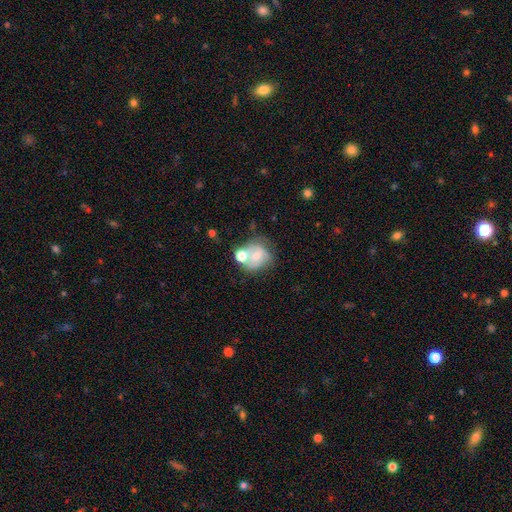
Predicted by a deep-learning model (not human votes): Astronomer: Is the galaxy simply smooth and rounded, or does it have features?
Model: smooth — 55% (runner-up: featured or disk, 36%).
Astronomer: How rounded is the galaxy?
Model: round — 71%.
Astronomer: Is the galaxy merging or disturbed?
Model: merger — 39% (runner-up: none, 35%).